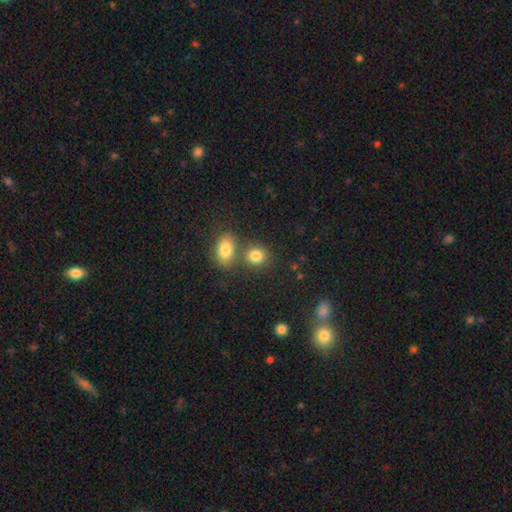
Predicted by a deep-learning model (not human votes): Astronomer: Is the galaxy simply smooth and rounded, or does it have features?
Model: smooth — 81%.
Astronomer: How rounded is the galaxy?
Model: round — 66%.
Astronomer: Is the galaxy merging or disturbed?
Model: none — 58%.